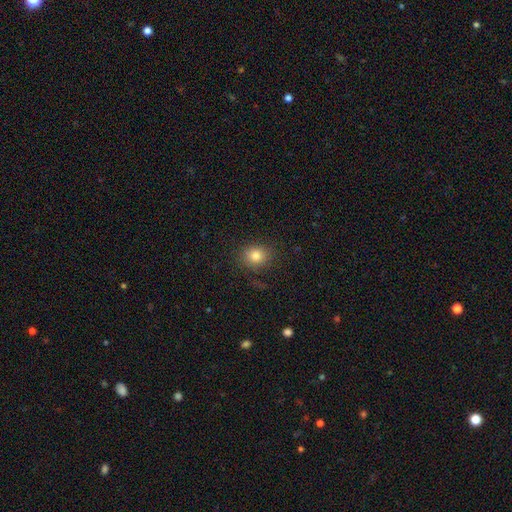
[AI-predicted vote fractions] A smooth galaxy with no disk features (81%) that is round (69%). Merging: none (83%).